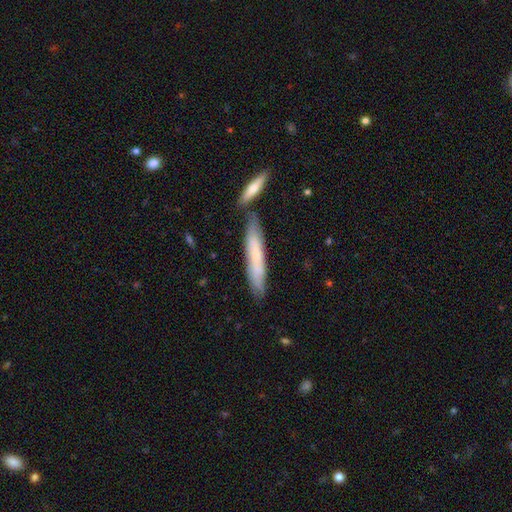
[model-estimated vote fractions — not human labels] Q: Smooth or featured?
A: smooth (57%); runner-up: featured or disk (37%)
Q: How rounded?
A: cigar-shaped (89%); runner-up: in between (10%)
Q: Merging?
A: none (68%); runner-up: merger (16%)